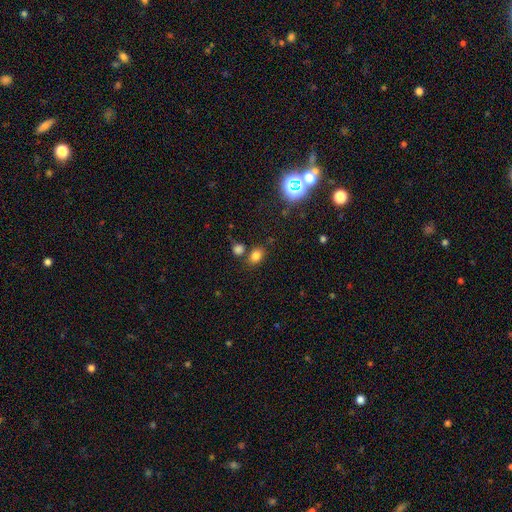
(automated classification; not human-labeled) smooth_or_featured: smooth (p=0.78) [alt: star or artifact p=0.16]
how_rounded: in between (p=0.65) [alt: round p=0.34]
merging: none (p=0.69) [alt: merger p=0.16]